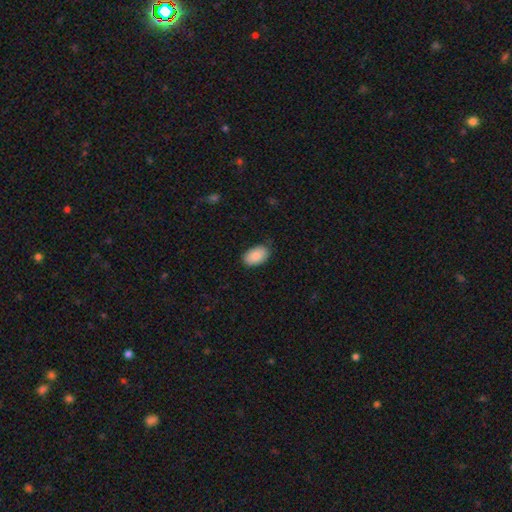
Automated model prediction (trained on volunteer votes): Smooth or featured? Predicted: smooth (p=0.89). How rounded? Predicted: in between (p=0.93). Merging? Predicted: none (p=0.81).